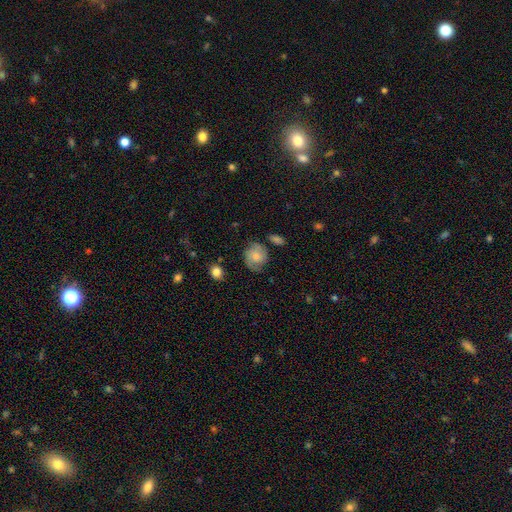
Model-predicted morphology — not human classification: Overall: smooth (57%; featured or disk 35%). How rounded: round (67%; in between 32%). Merging: none (63%; minor disturbance 25%).